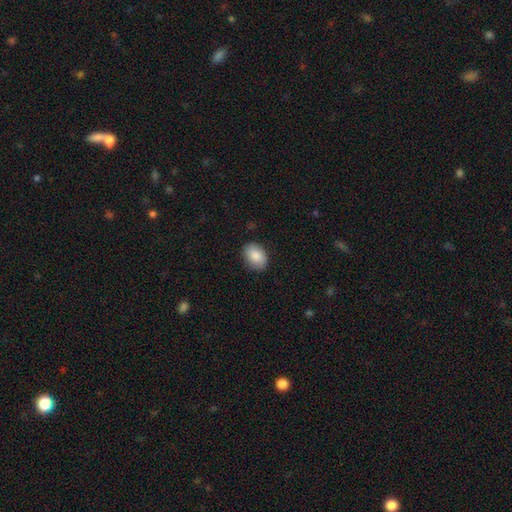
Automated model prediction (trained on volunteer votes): A smooth galaxy with no disk features (86%) that is in between round and cigar-shaped (80%). Merging: none (86%).